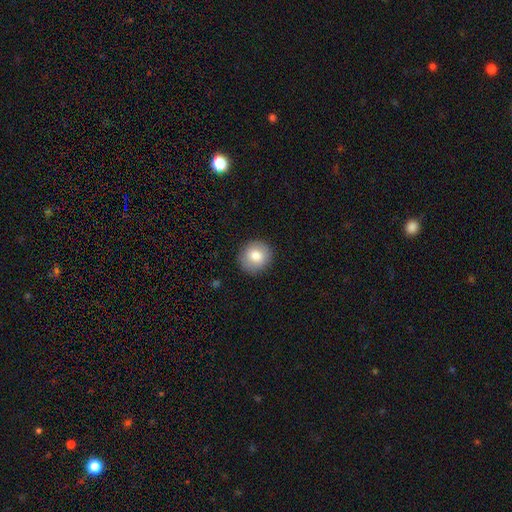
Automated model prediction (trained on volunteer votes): This appears to be a smooth galaxy with no disk features (81%) that is round (89%). Merging: none (90%).